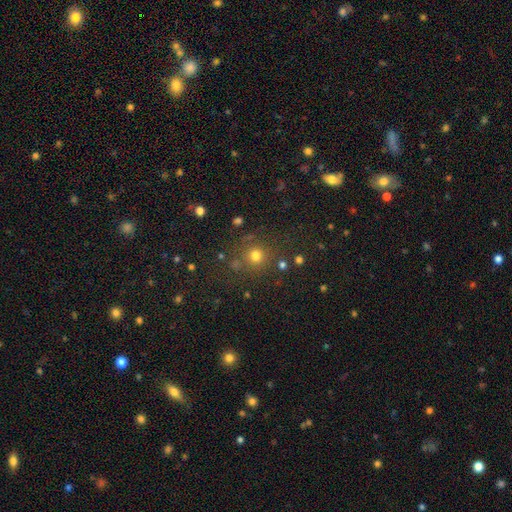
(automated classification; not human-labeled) smooth_or_featured: smooth (p=0.73) [alt: star or artifact p=0.20]
how_rounded: round (p=0.92) [alt: in between p=0.07]
merging: none (p=0.81) [alt: minor disturbance p=0.09]